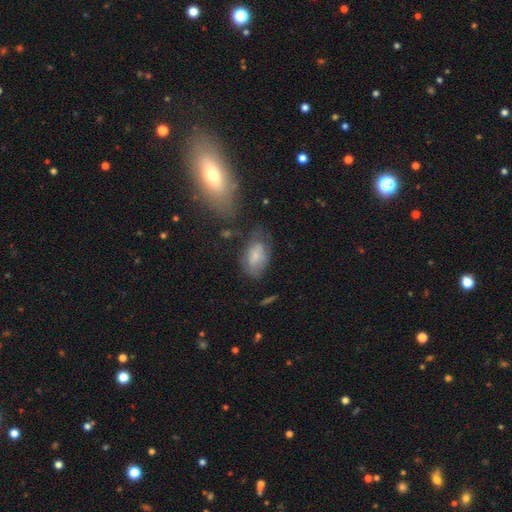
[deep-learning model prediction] A smooth galaxy with no disk features (68%) that is in between round and cigar-shaped (91%). Merging: none (50%).